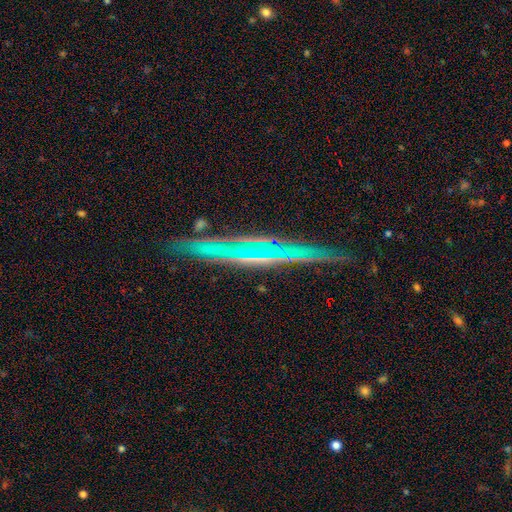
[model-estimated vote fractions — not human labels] The model was most divided on "smooth or featured": star or artifact: 50%, featured or disk: 32%, smooth: 18%.